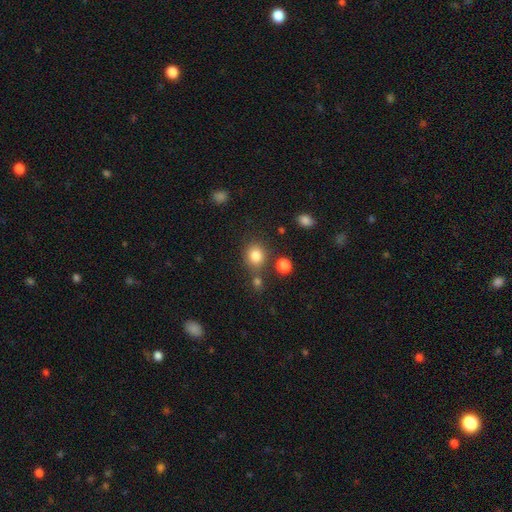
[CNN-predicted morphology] Overall: smooth (83%). How rounded: round (78%). Merging: none (72%).